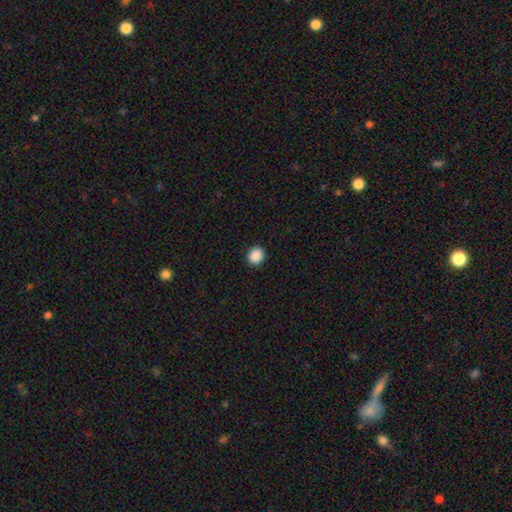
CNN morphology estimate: Smooth or featured?
  - smooth: 89% *
  - star or artifact: 9%
  - featured or disk: 2%
How rounded?
  - round: 84% *
  - in between: 15%
  - cigar-shaped: 1%
Merging?
  - none: 92% *
  - minor disturbance: 5%
  - major disturbance: 2%
  - merger: 1%